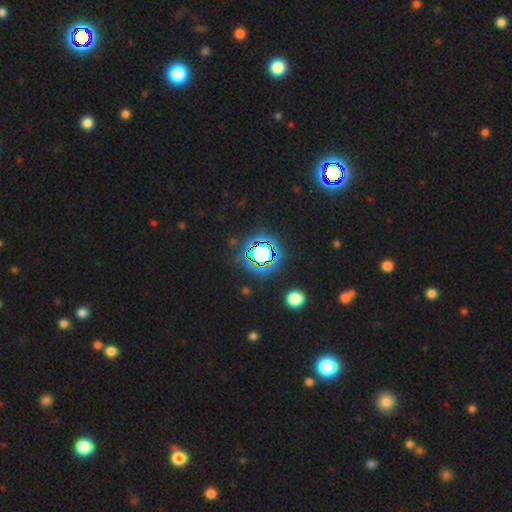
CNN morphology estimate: The model was most divided on "smooth or featured": star or artifact: 79%, smooth: 13%, featured or disk: 8%.